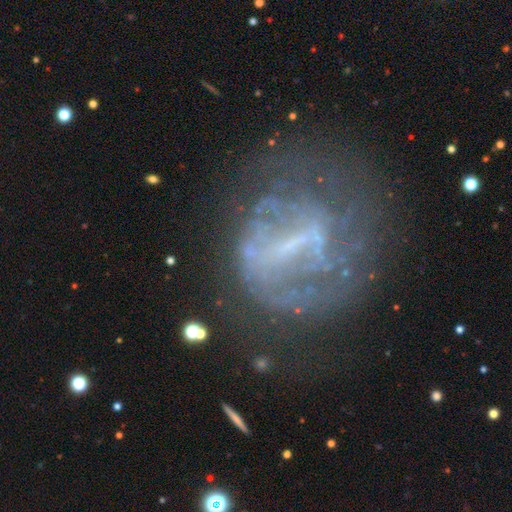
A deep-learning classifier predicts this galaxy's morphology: smooth-or-featured: featured or disk: 73% | smooth: 14% | star or artifact: 13%
  disk-edge-on: no: 96% | yes: 4%
    bar: weak: 38% (tied) | strong: 38% (tied) | no: 23%
    has-spiral-arms: yes: 52% | no: 48%
    bulge-size: small: 41% | none: 39% | moderate: 16% | large: 3% | dominant: 1%
  merging: none: 51% | major disturbance: 27% | minor disturbance: 18% | merger: 4%